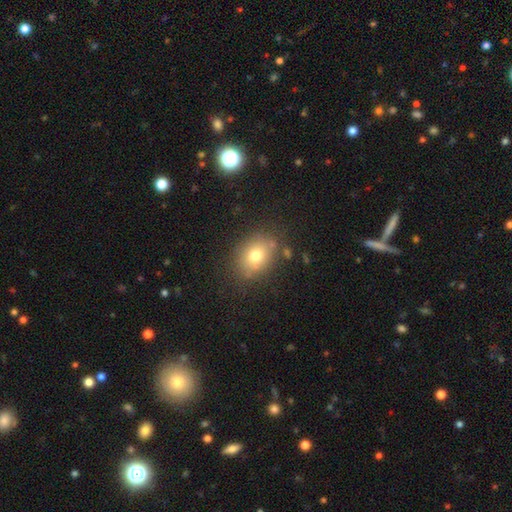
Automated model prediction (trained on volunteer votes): The model was most divided on "how rounded": in between: 54%, round: 45%, cigar-shaped: 1%. More confident: merging — none (76%); smooth or featured — smooth (74%).